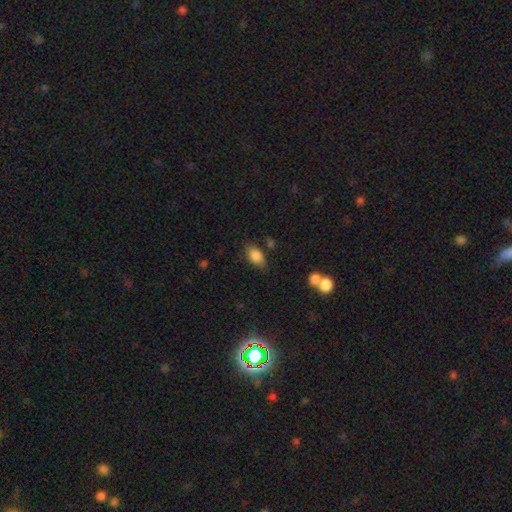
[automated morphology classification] type=smooth (84%); roundness=in between (88%); merging=none (74%).